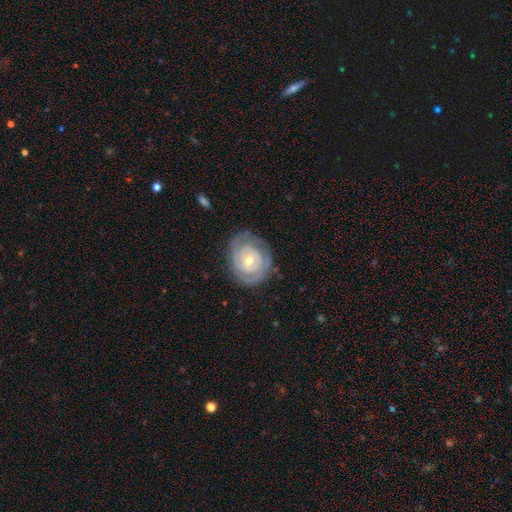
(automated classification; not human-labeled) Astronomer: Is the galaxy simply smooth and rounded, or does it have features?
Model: featured or disk — 82%.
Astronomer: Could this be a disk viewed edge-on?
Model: no — 97%.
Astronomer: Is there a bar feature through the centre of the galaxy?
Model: no — 63%.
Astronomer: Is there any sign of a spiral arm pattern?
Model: yes — 88%.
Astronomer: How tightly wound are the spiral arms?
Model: tight — 78%.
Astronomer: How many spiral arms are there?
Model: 2 — 43% (runner-up: can't tell, 32%).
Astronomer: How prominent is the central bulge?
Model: small — 50% (runner-up: moderate, 46%).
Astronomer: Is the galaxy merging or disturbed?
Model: none — 75%.